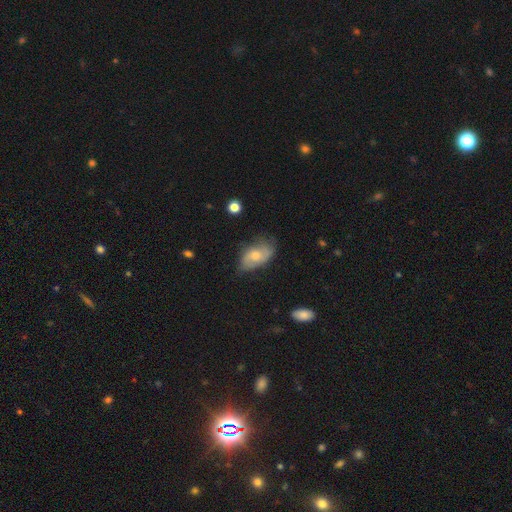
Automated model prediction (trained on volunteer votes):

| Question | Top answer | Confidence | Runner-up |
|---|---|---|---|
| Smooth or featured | smooth | 51% | featured or disk (42%) |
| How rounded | in between | 90% | round (7%) |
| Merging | none | 60% | minor disturbance (29%) |